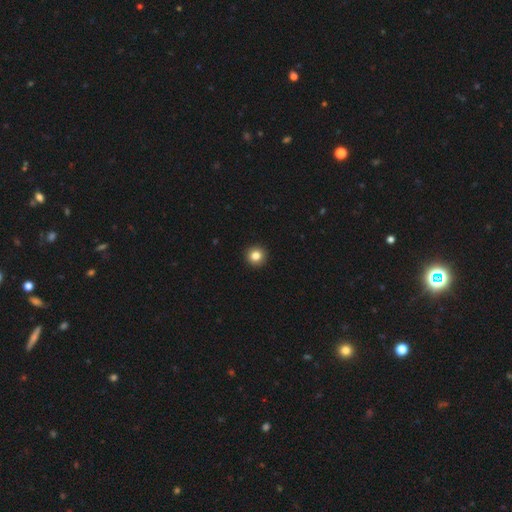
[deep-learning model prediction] smooth 84%, star or artifact 11%, featured or disk 6%. Down the decision tree: how rounded — round (95%); merging — none (94%).